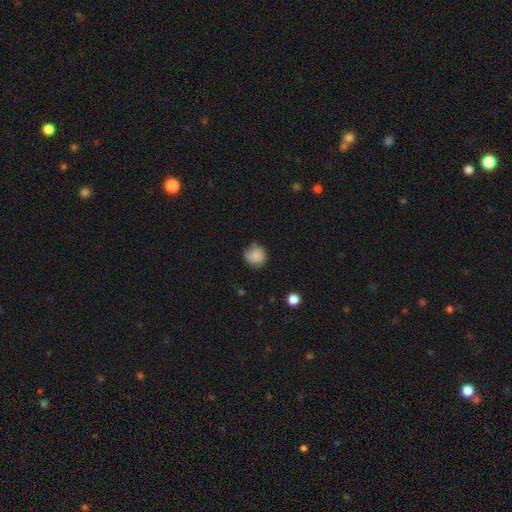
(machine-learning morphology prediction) Smooth or featured? smooth (81%)
How rounded? round (85%)
Merging? none (60%)